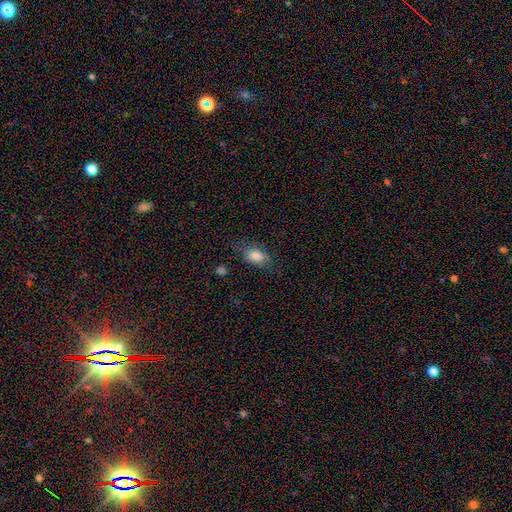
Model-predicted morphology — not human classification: This is clearly a smooth galaxy (81%). How rounded: clearly in between (84%). Merging: likely none (69%).